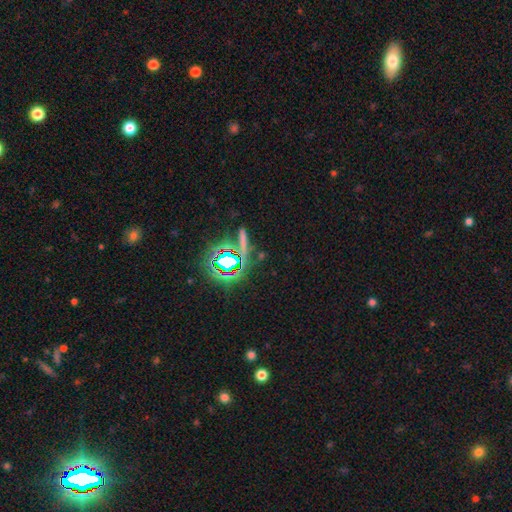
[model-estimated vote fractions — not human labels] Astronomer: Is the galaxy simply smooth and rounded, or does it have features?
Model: star or artifact — 80%.